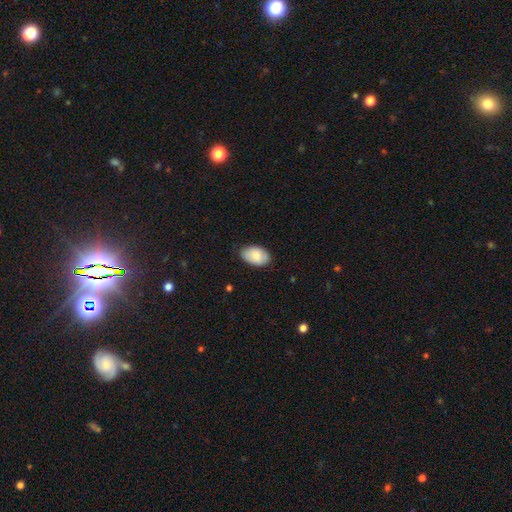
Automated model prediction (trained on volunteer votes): smooth 85%, featured or disk 9%, star or artifact 6%. Down the decision tree: how rounded — in between (92%); merging — none (81%).